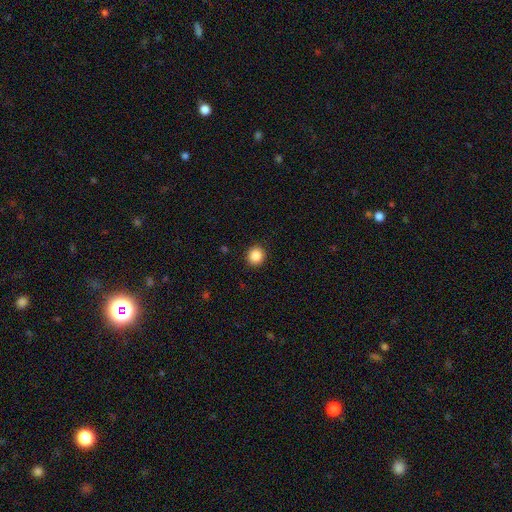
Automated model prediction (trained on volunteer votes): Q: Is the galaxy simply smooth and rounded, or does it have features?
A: smooth — 87%.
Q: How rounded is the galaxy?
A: round — 92%.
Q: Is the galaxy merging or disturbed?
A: none — 92%.